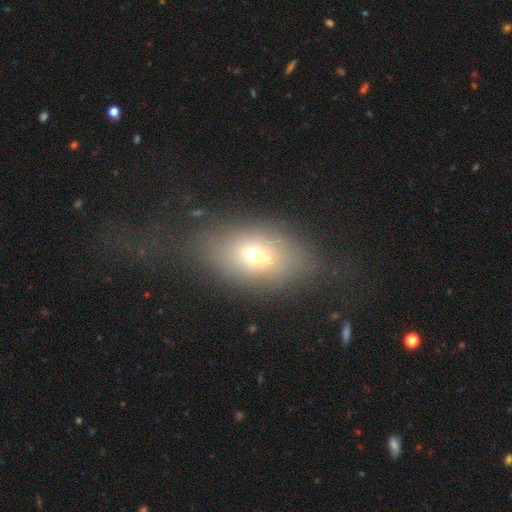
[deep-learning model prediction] The model was most divided on "smooth or featured": smooth: 58%, featured or disk: 26%, star or artifact: 15%. More confident: how rounded — in between (80%); merging — none (66%).